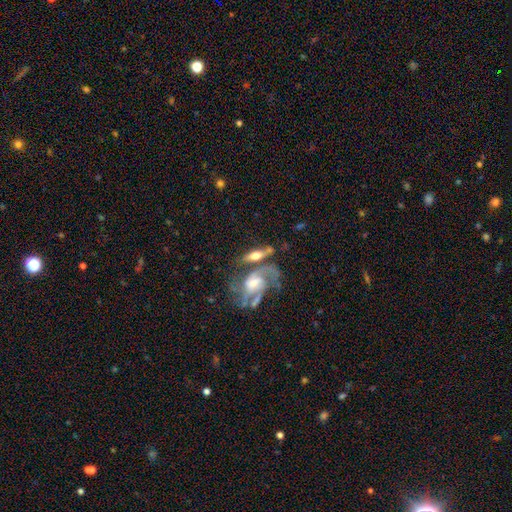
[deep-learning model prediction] Q: Smooth or featured?
A: featured or disk (61%); runner-up: smooth (32%)
Q: Edge-on disk?
A: no (55%); runner-up: yes (45%)
Q: Merging?
A: none (42%); runner-up: merger (32%)